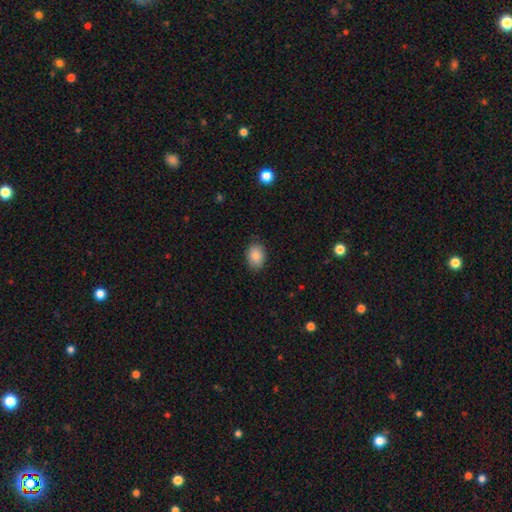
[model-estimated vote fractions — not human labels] This appears to be a smooth galaxy with no disk features (88%) that is in between round and cigar-shaped (80%). Merging: none (84%).